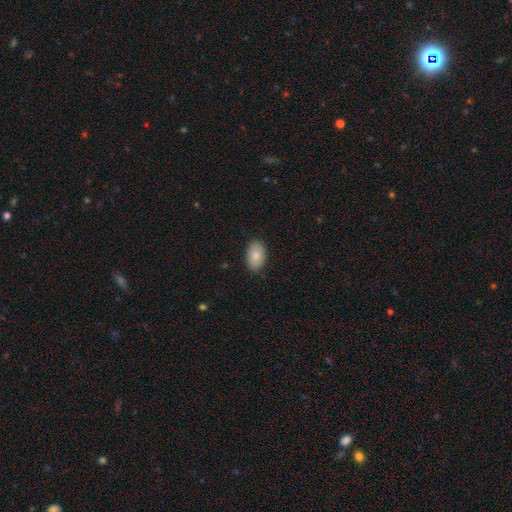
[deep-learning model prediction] Smooth or featured?
  - smooth: 84% *
  - featured or disk: 9%
  - star or artifact: 6%
How rounded?
  - in between: 91% *
  - round: 8%
  - cigar-shaped: 1%
Merging?
  - none: 87% *
  - minor disturbance: 10%
  - major disturbance: 2%
  - merger: 1%